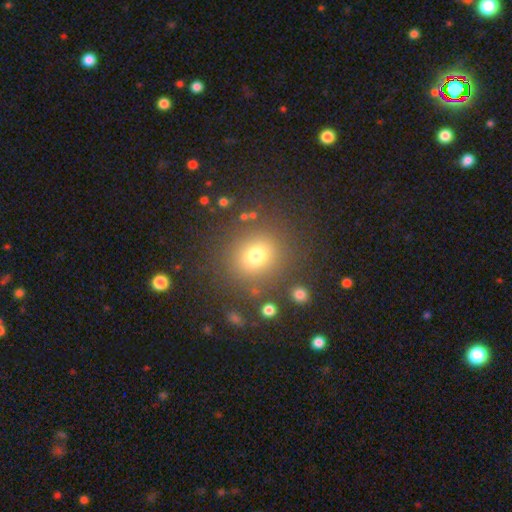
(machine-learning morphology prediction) Overall: smooth (73%). How rounded: round (82%). Merging: none (82%).